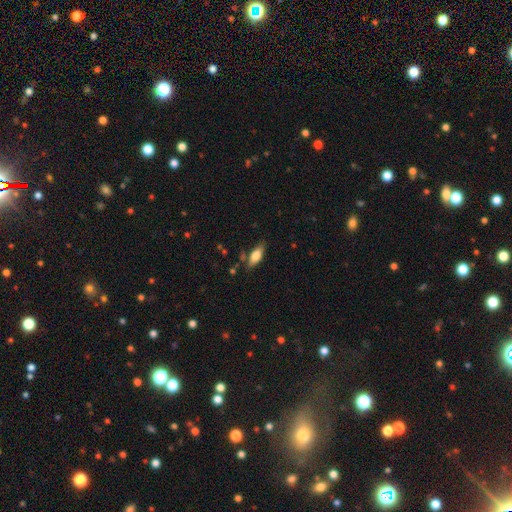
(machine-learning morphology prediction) Smooth or featured? Predicted: smooth (p=0.70). How rounded? Predicted: in between (p=0.72). Merging? Predicted: none (p=0.75).